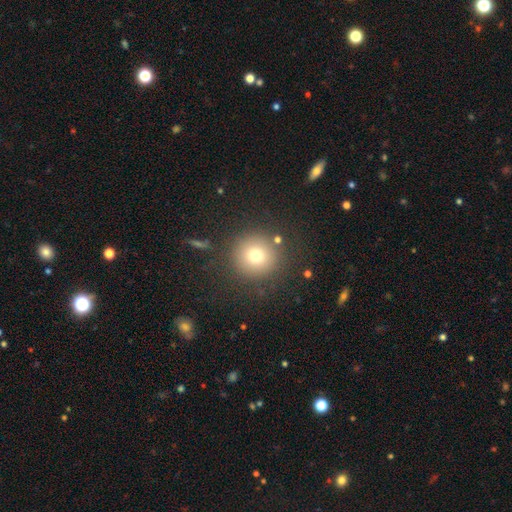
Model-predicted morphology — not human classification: A smooth galaxy with no disk features (74%) that is round (94%). Merging: none (85%).